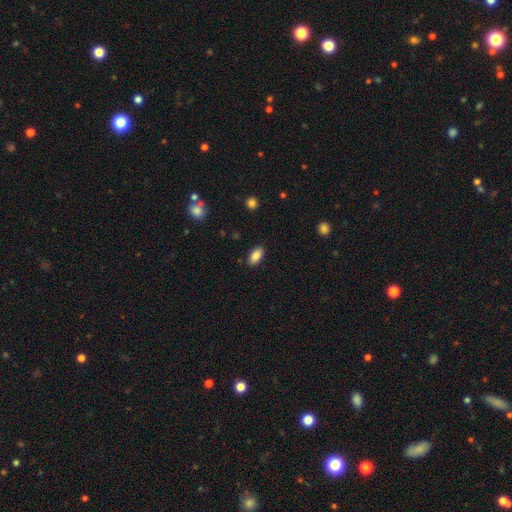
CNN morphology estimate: Smooth or featured?
  - smooth: 86% *
  - star or artifact: 8%
  - featured or disk: 7%
How rounded?
  - in between: 92% *
  - round: 4%
  - cigar-shaped: 3%
Merging?
  - none: 88% *
  - minor disturbance: 8%
  - major disturbance: 2%
  - merger: 1%